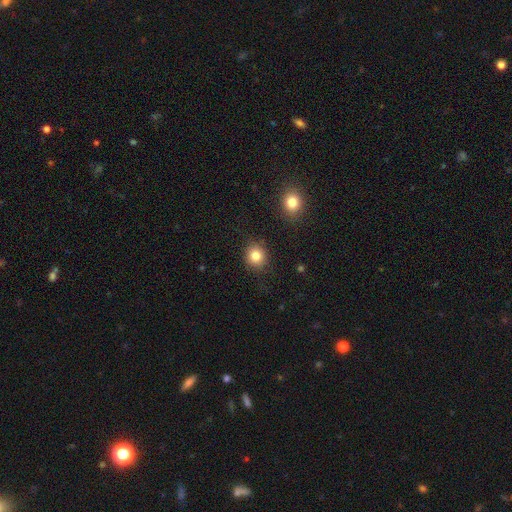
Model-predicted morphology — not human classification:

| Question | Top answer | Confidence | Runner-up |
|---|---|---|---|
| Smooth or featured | smooth | 83% | star or artifact (11%) |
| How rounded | round | 81% | in between (19%) |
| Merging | none | 87% | minor disturbance (9%) |